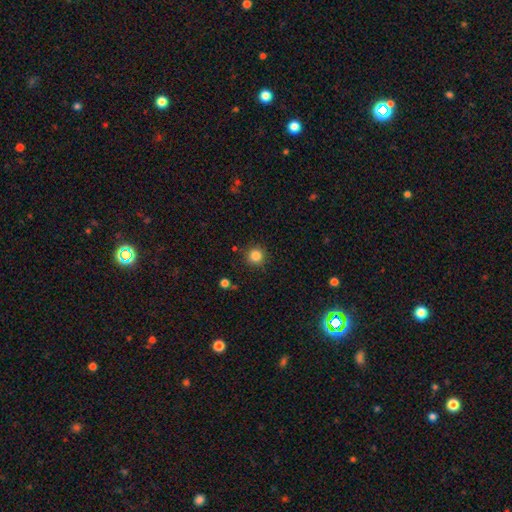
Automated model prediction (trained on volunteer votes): Q: Smooth or featured?
A: smooth (84%); runner-up: star or artifact (11%)
Q: How rounded?
A: round (94%); runner-up: in between (5%)
Q: Merging?
A: none (88%); runner-up: minor disturbance (8%)